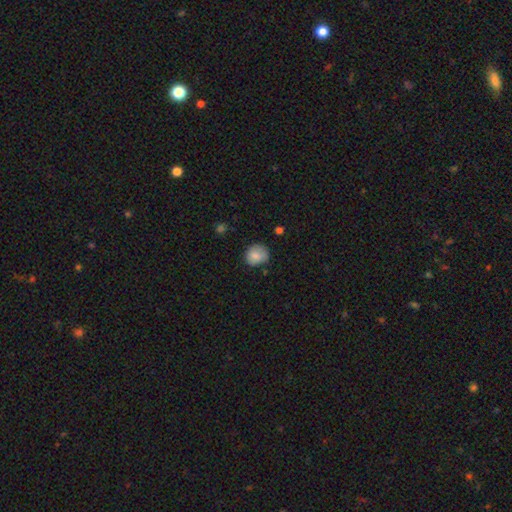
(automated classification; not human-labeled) A smooth galaxy with no disk features (83%) that is round (73%).

Vote fractions:
- Smooth or featured? smooth: 83% / featured or disk: 9% / star or artifact: 9%
- How rounded? round: 73% / in between: 26% / cigar-shaped: 1%
- Merging? none: 65% / minor disturbance: 26% / major disturbance: 6% / merger: 2%